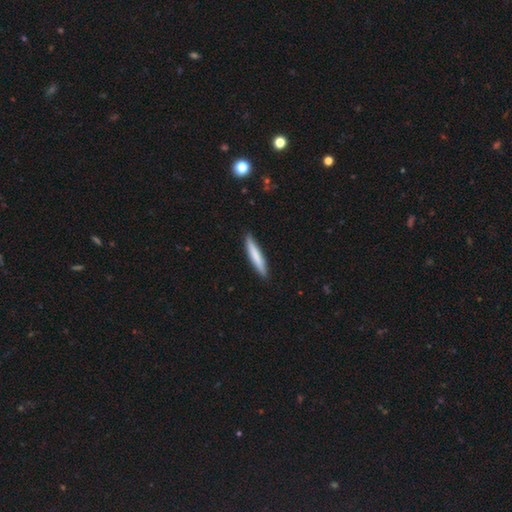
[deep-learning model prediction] Overall: smooth (74%). How rounded: cigar-shaped (92%). Merging: none (88%).